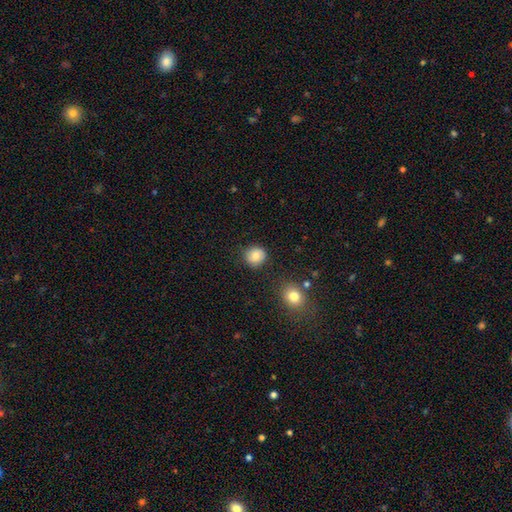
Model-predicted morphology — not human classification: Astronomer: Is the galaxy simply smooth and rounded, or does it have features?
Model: smooth — 82%.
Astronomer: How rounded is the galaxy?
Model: round — 89%.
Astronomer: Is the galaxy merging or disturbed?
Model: none — 85%.